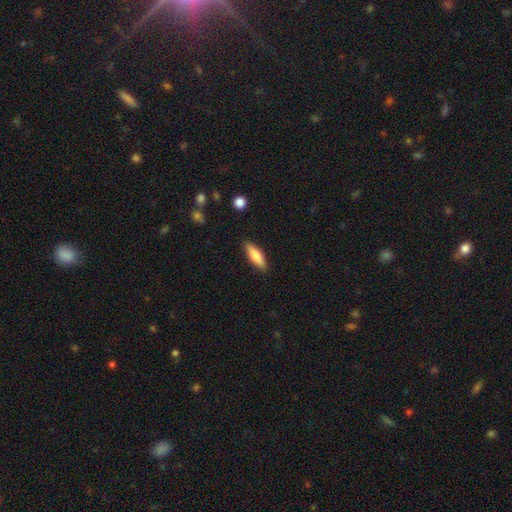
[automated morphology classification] Smooth or featured? Predicted: smooth (p=0.77). How rounded? Predicted: cigar-shaped (p=0.57). Merging? Predicted: none (p=0.88).